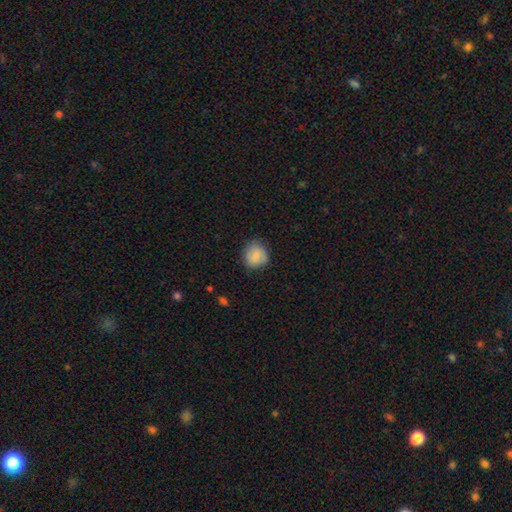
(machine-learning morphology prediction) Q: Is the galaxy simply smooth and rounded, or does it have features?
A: smooth — 83%.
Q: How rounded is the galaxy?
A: round — 84%.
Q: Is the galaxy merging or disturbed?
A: none — 78%.